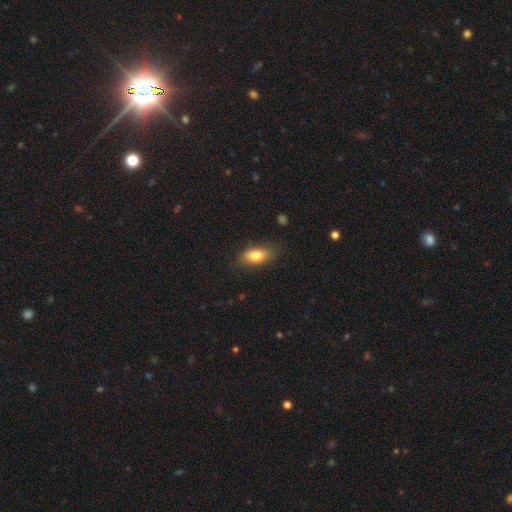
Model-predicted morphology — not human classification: This is likely a smooth galaxy (79%). How rounded: clearly in between (84%). Merging: likely none (79%).